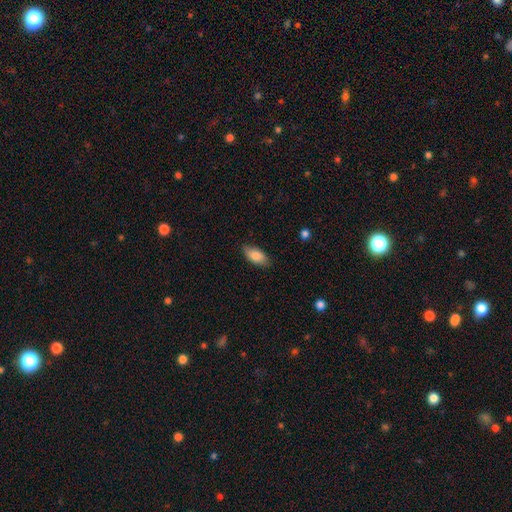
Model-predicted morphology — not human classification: The model was most divided on "merging": none: 82%, minor disturbance: 14%, major disturbance: 3%, merger: 1%. More confident: how rounded — in between (91%); smooth or featured — smooth (85%).